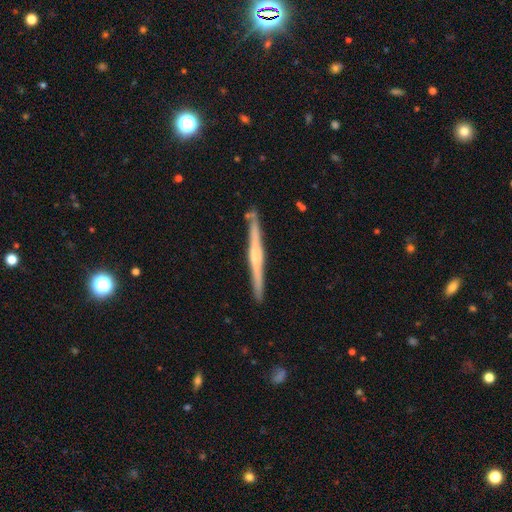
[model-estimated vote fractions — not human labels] featured or disk 69%, smooth 26%, star or artifact 5%. Down the decision tree: edge-on disk — yes (98%); edge-on bulge — rounded (48%); merging — none (88%).